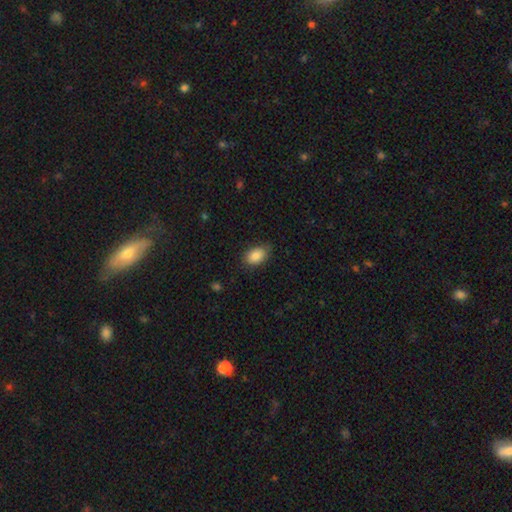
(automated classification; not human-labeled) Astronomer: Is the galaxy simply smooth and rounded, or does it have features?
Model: smooth — 86%.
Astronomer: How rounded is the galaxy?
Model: in between — 86%.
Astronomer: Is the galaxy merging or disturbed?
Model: none — 77%.